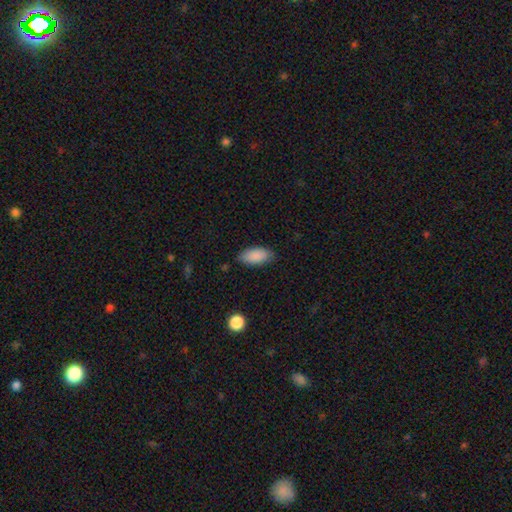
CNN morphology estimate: This appears to be a smooth galaxy with no disk features (89%) that is in between round and cigar-shaped (90%). Merging: none (82%).